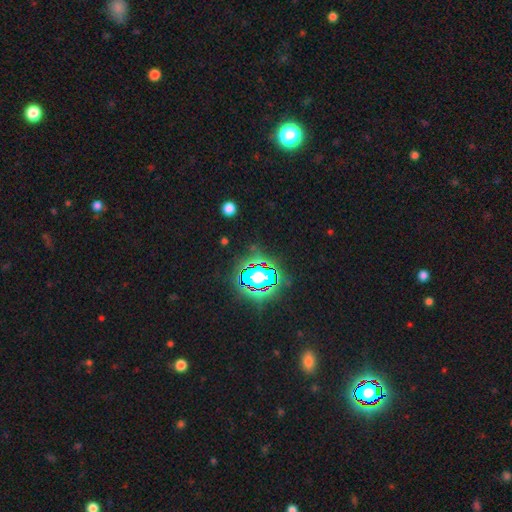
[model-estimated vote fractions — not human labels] smooth_or_featured: star or artifact (p=0.80) [alt: smooth p=0.12]